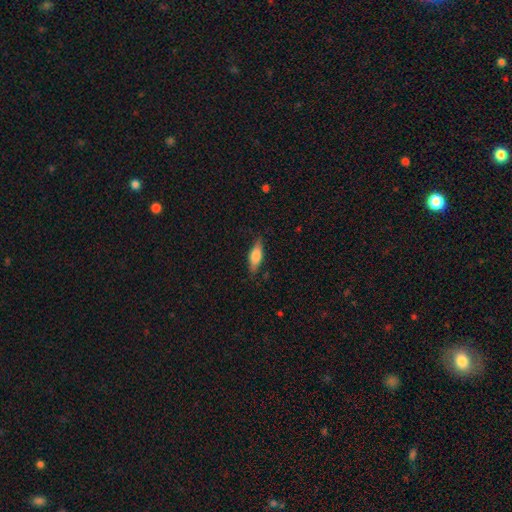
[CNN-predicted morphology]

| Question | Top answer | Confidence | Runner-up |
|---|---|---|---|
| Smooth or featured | smooth | 68% | featured or disk (26%) |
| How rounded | in between | 62% | cigar-shaped (36%) |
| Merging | none | 80% | minor disturbance (16%) |